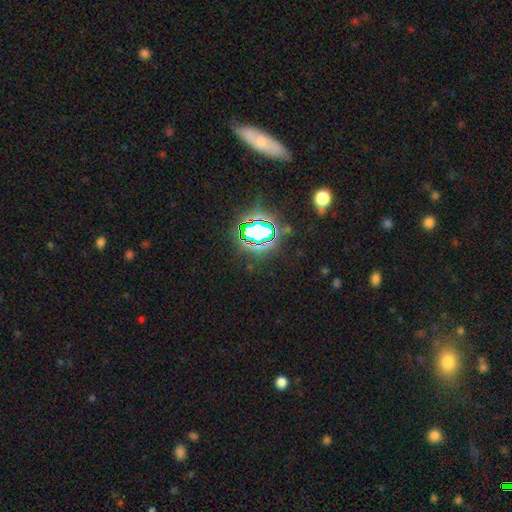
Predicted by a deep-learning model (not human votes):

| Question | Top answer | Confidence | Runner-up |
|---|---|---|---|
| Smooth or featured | star or artifact | 76% | smooth (15%) |